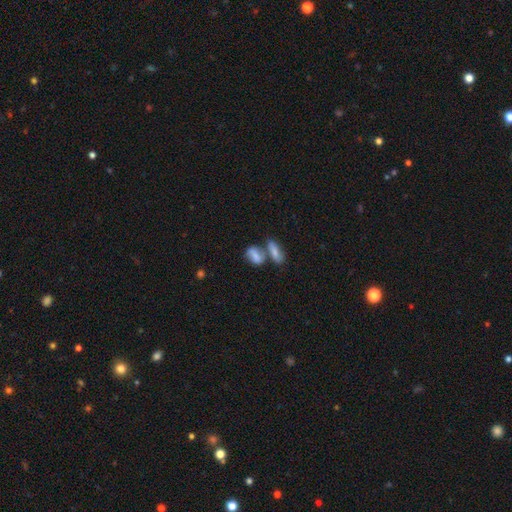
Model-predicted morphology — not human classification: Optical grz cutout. It shows a smooth galaxy with no disk features (68%) that is in between round and cigar-shaped (83%). Merging: merger (51%).